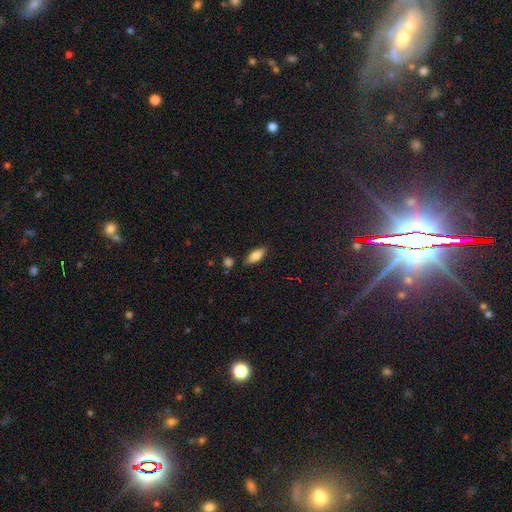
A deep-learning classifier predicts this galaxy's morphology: smooth 75%, featured or disk 18%, star or artifact 8%. Down the decision tree: how rounded — in between (76%); merging — none (80%).